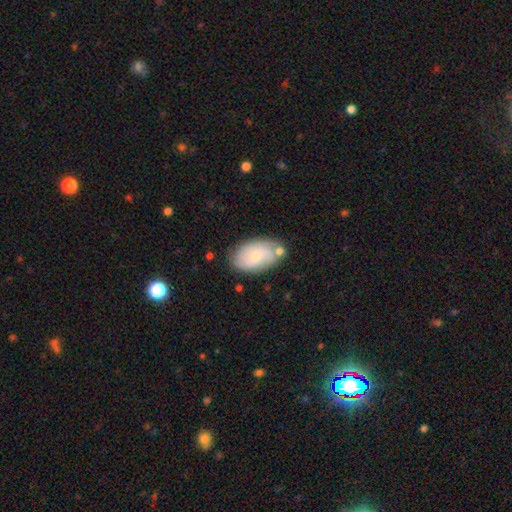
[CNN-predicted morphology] Smooth or featured? Predicted: smooth (p=0.59). How rounded? Predicted: in between (p=0.92). Merging? Predicted: none (p=0.67).